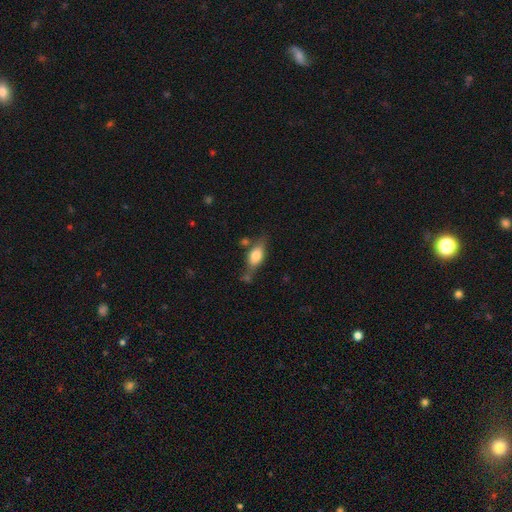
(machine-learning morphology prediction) Smooth or featured? smooth (69%)
How rounded? in between (78%)
Merging? none (59%)